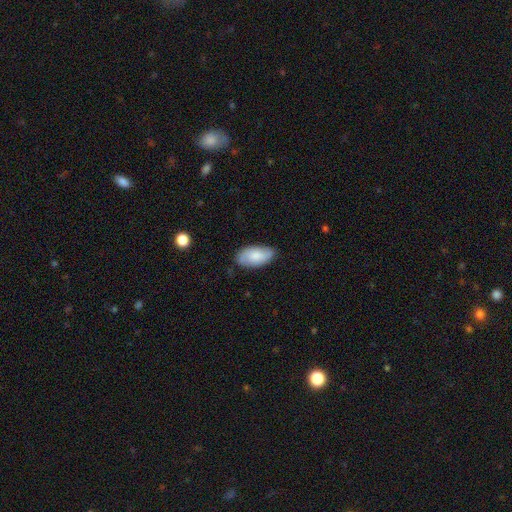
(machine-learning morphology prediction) Smooth or featured? Predicted: smooth (p=0.69). How rounded? Predicted: in between (p=0.95). Merging? Predicted: none (p=0.80).